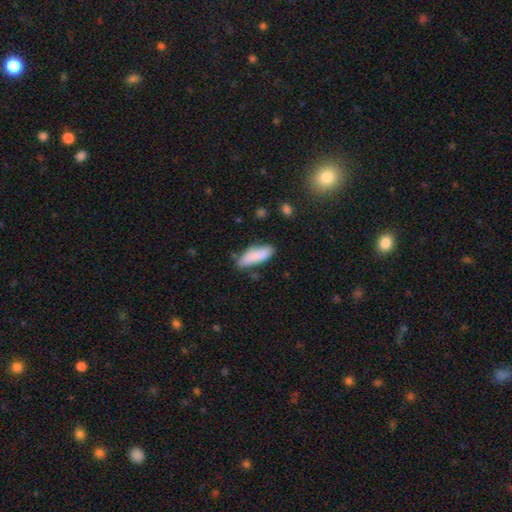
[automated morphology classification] Smooth or featured?
  - smooth: 84% *
  - featured or disk: 10%
  - star or artifact: 6%
How rounded?
  - in between: 58% *
  - cigar-shaped: 40%
  - round: 2%
Merging?
  - none: 65% *
  - minor disturbance: 24%
  - major disturbance: 5%
  - merger: 5%